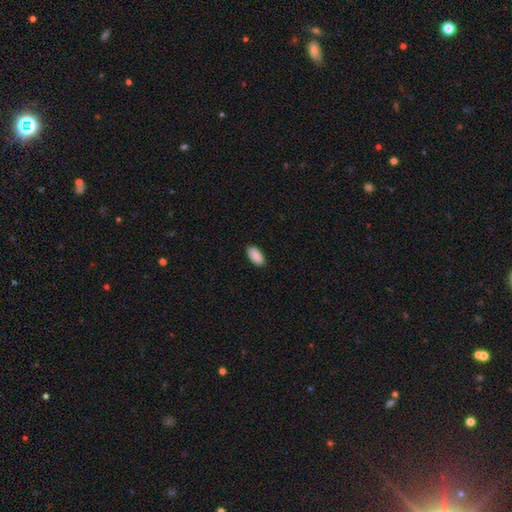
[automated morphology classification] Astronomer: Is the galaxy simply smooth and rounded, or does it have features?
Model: smooth — 91%.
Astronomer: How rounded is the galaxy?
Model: in between — 93%.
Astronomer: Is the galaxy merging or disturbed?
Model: none — 88%.